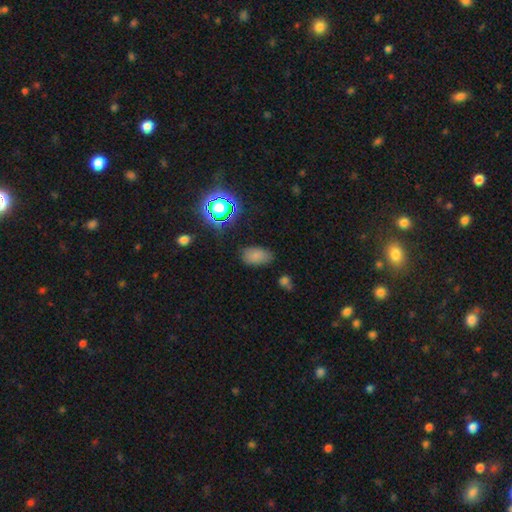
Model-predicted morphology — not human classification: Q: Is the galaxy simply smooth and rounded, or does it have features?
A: smooth — 76%.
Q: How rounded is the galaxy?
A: in between — 92%.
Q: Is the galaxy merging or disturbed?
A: none — 76%.